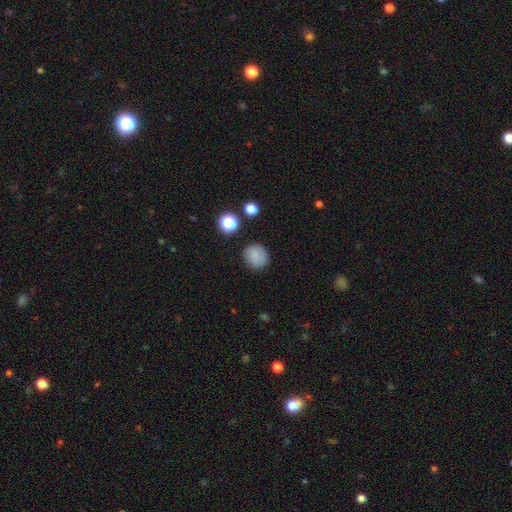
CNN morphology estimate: Overall: smooth (83%). How rounded: round (87%). Merging: none (86%).